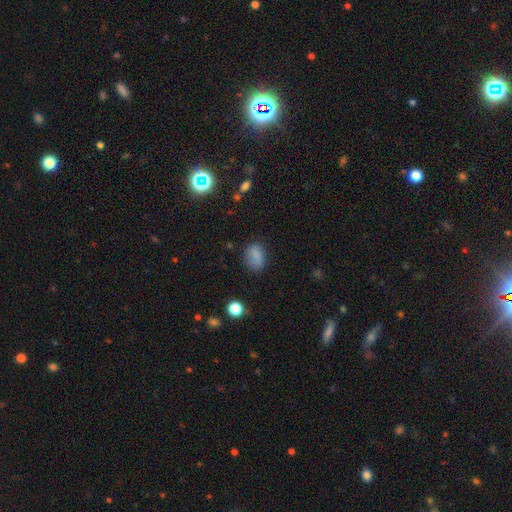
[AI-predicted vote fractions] Morphology: type=smooth (81%); roundness=in between (76%); merging=none (72%).